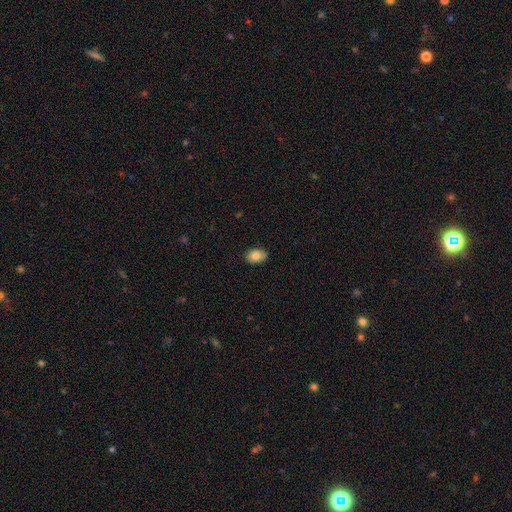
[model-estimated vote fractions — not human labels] Smooth or featured: smooth — 83% (featured or disk — 10%)
How rounded: in between — 85% (round — 14%)
Merging: none — 88% (minor disturbance — 9%)